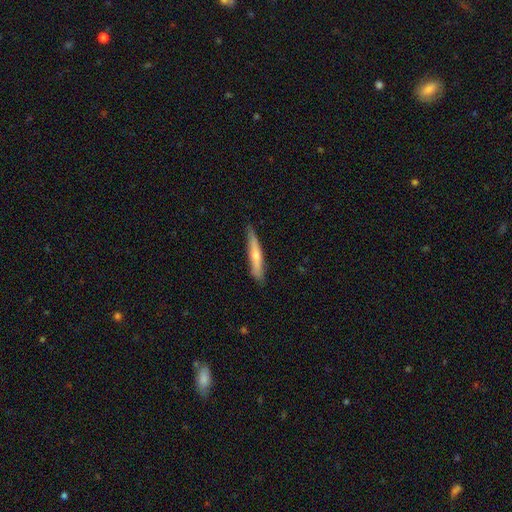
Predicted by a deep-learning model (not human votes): Q: Smooth or featured?
A: smooth (52%); runner-up: featured or disk (42%)
Q: How rounded?
A: cigar-shaped (93%); runner-up: in between (6%)
Q: Merging?
A: none (83%); runner-up: minor disturbance (14%)